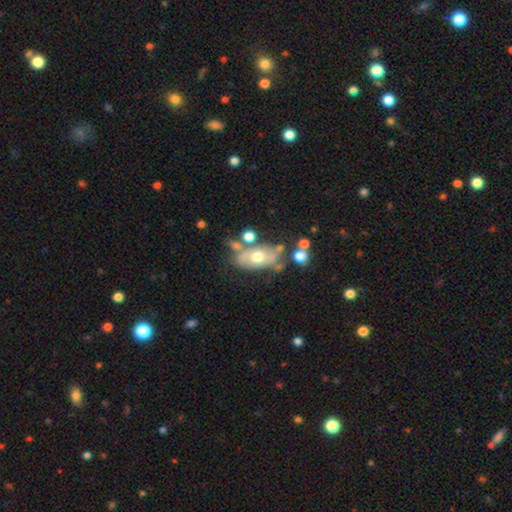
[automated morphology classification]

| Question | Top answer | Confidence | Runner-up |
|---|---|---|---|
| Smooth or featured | featured or disk | 58% | smooth (31%) |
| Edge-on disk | no | 86% | yes (14%) |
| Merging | none | 49% | minor disturbance (20%) |